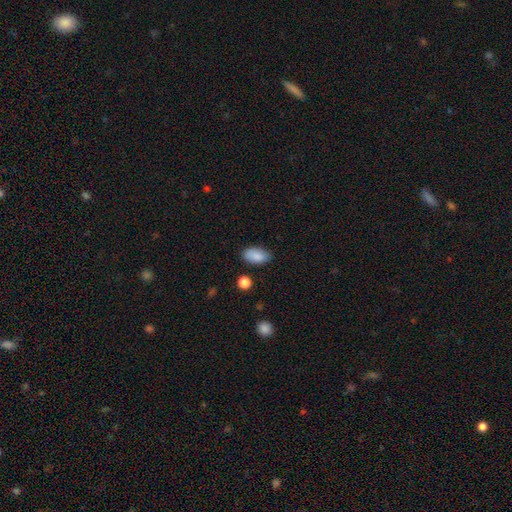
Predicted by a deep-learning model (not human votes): Q: Smooth or featured?
A: smooth (87%); runner-up: star or artifact (7%)
Q: How rounded?
A: in between (93%); runner-up: round (4%)
Q: Merging?
A: none (80%); runner-up: minor disturbance (15%)